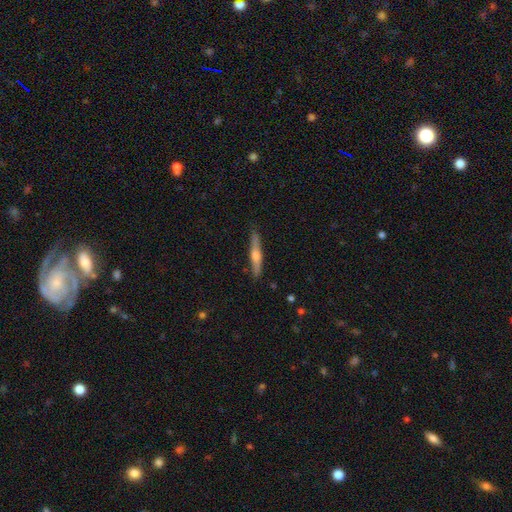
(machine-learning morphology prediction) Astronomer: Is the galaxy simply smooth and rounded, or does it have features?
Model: featured or disk — 56% (runner-up: smooth, 39%).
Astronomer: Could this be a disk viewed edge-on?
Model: yes — 96%.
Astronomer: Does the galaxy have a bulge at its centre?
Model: rounded — 84%.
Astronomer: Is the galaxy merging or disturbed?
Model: none — 88%.